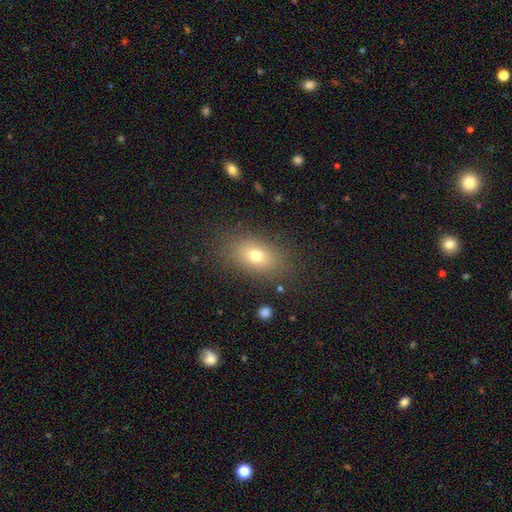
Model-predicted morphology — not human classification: This is likely a smooth galaxy (73%). How rounded: clearly in between (81%). Merging: clearly none (83%).